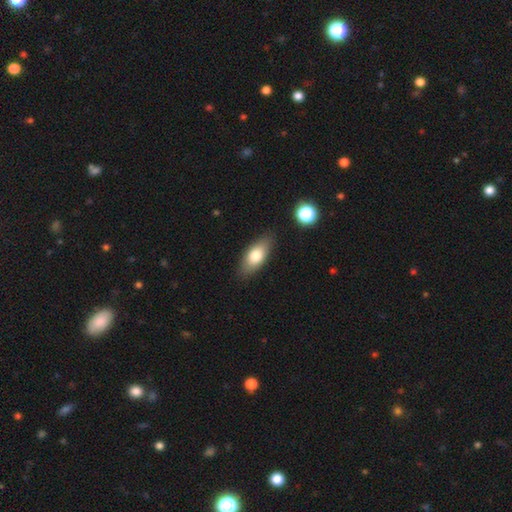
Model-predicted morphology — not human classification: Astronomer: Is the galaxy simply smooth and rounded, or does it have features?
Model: smooth — 75%.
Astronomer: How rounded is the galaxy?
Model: in between — 83%.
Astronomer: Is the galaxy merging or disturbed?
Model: none — 84%.